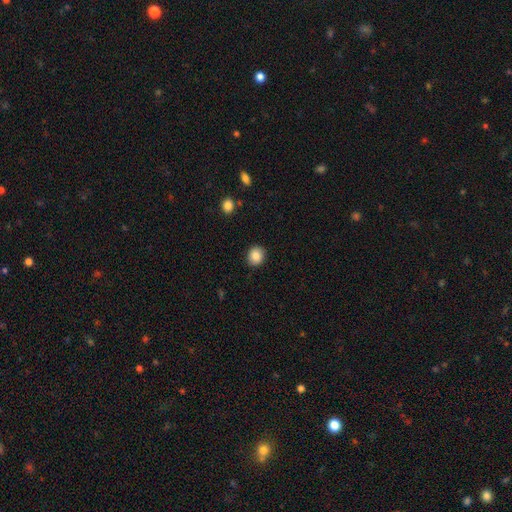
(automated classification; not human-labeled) This is clearly a smooth galaxy (86%). How rounded: likely round (79%). Merging: clearly none (90%).